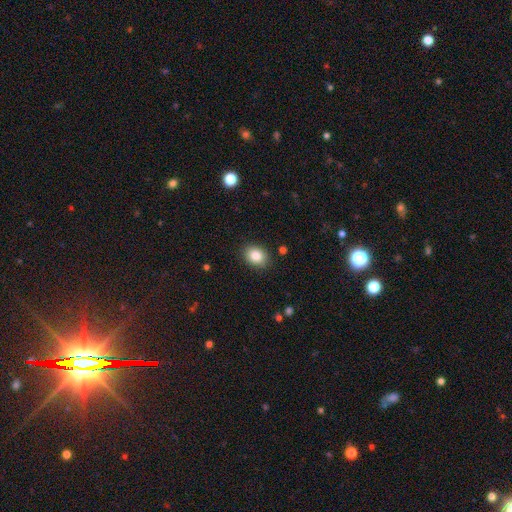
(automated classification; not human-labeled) Smooth or featured? Predicted: smooth (p=0.85). How rounded? Predicted: in between (p=0.61). Merging? Predicted: none (p=0.87).